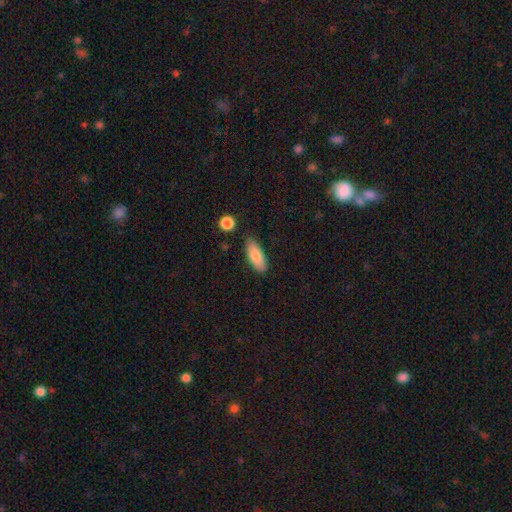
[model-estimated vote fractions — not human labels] The model was most divided on "how rounded": in between: 79%, cigar-shaped: 19%, round: 2%. More confident: smooth or featured — smooth (82%); merging — none (81%).